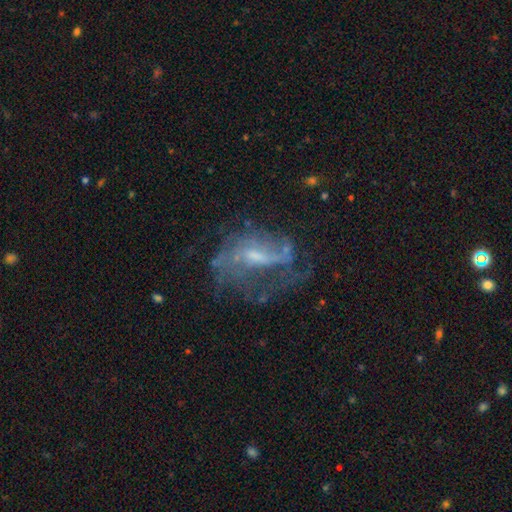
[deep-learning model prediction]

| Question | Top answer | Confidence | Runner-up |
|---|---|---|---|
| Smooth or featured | featured or disk | 75% | smooth (14%) |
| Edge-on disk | no | 94% | yes (6%) |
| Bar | weak | 49% | no (33%) |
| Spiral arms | yes | 74% | no (26%) |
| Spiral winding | loose | 44% | medium (37%) |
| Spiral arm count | can't tell | 37% | 2 (33%) |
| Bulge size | small | 44% | moderate (37%) |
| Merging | none | 46% | major disturbance (30%) |